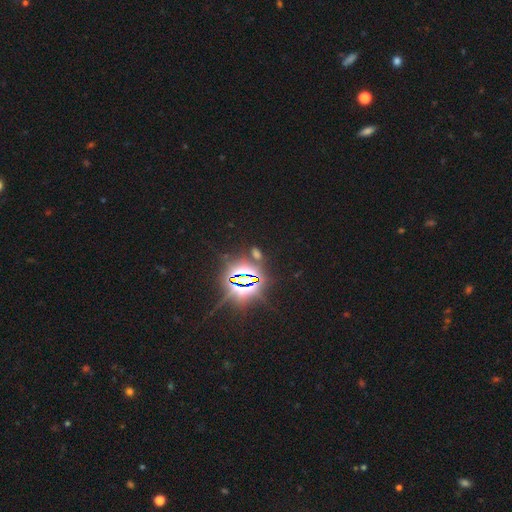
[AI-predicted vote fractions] This is clearly a star or artifact rather than a galaxy (85%).